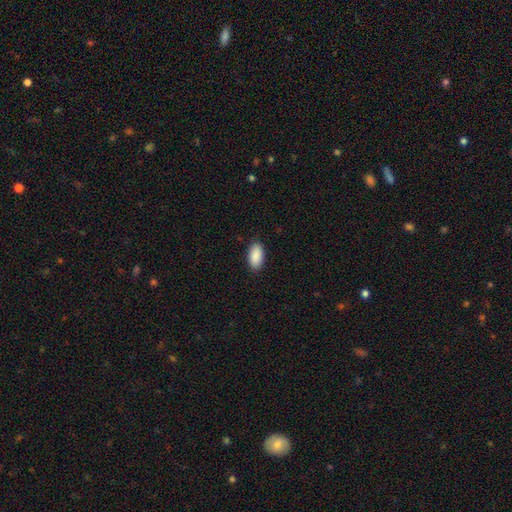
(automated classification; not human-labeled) smooth 91%, star or artifact 6%, featured or disk 3%. Down the decision tree: how rounded — in between (94%); merging — none (89%).